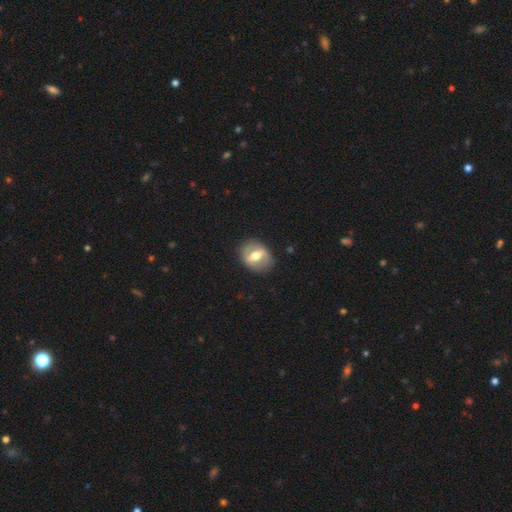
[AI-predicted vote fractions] The model was most divided on "smooth or featured": featured or disk: 59%, smooth: 34%, star or artifact: 7%. More confident: edge-on disk — no (86%); merging — none (83%); spiral arms — no (80%); bulge size — moderate (66%); bar — strong (58%).